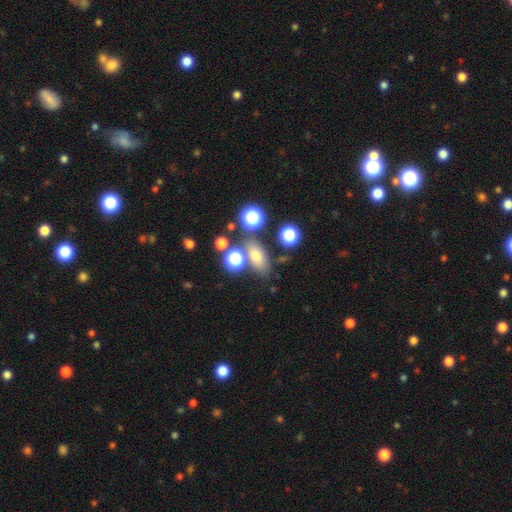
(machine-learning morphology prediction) smooth 64%, star or artifact 20%, featured or disk 16%. Down the decision tree: how rounded — in between (73%); merging — none (69%).